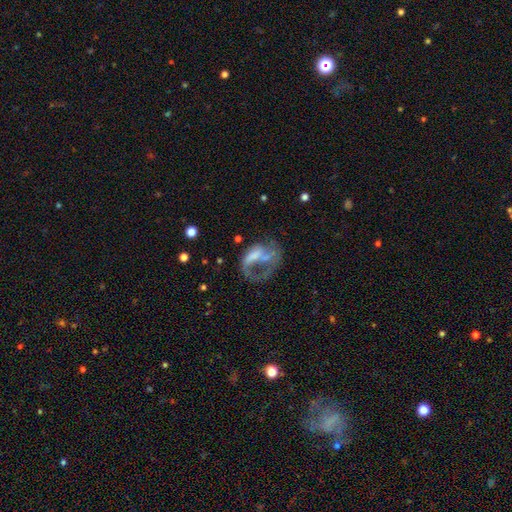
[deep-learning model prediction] This is likely a featured or disk galaxy (62%). It is clearly not viewed edge-on (97%). Bar: likely no (63%). Spiral arm pattern: possibly no (53%). Central bulge: possibly none (54%). Merging: possibly major disturbance (53%).